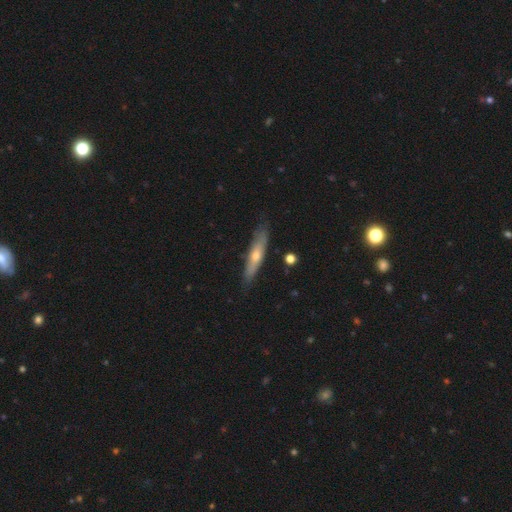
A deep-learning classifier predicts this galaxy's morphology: A featured or disk galaxy (50%) viewed edge-on (81%). Merging: none (84%).